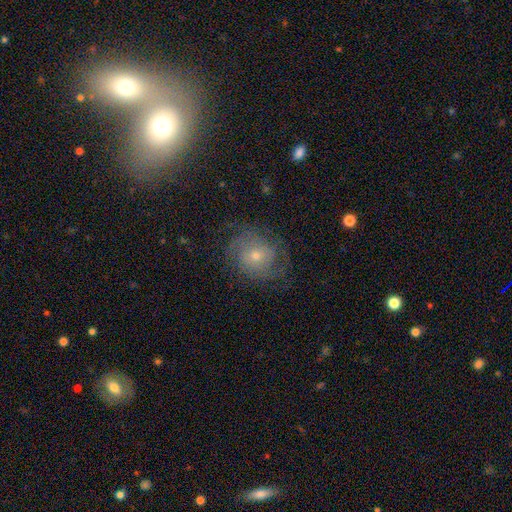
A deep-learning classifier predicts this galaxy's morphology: featured or disk 57%, smooth 31%, star or artifact 11%. Down the decision tree: edge-on disk — no (97%); bar — no (76%); spiral arms — yes (79%); bulge size — small (55%); merging — none (67%).